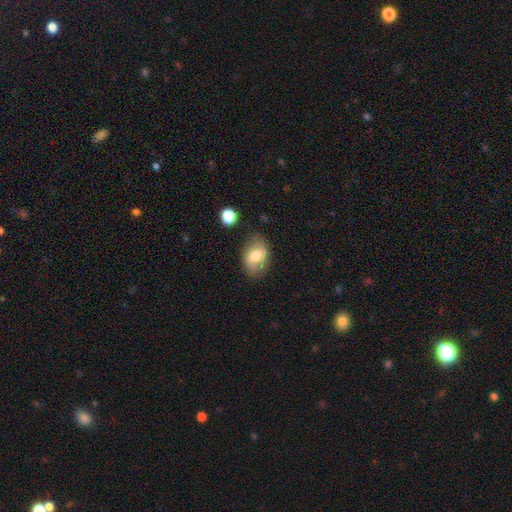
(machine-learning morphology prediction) The model was most divided on "smooth or featured": smooth: 65%, featured or disk: 27%, star or artifact: 8%. More confident: how rounded — in between (80%); merging — none (75%).